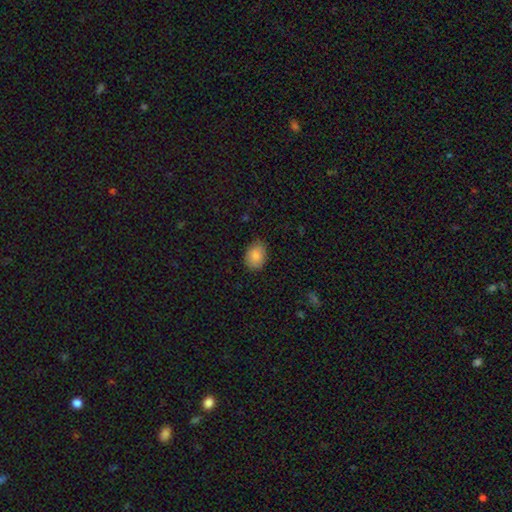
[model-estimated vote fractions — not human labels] Smooth or featured? smooth (86%)
How rounded? in between (67%)
Merging? none (83%)